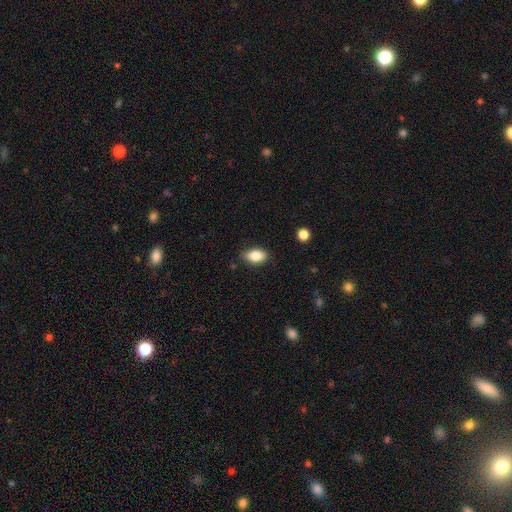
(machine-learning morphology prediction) Smooth or featured?
  - smooth: 85% *
  - star or artifact: 8%
  - featured or disk: 8%
How rounded?
  - in between: 89% *
  - round: 9%
  - cigar-shaped: 2%
Merging?
  - none: 82% *
  - minor disturbance: 15%
  - major disturbance: 3%
  - merger: 1%